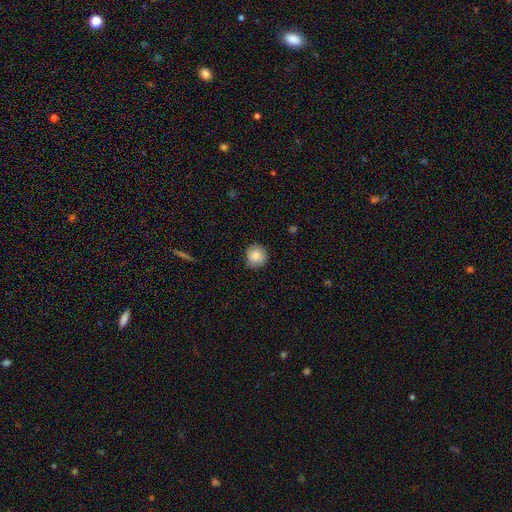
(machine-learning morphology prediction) Smooth or featured?
  - smooth: 86% *
  - star or artifact: 8%
  - featured or disk: 6%
How rounded?
  - round: 92% *
  - in between: 7%
  - cigar-shaped: 1%
Merging?
  - none: 87% *
  - minor disturbance: 10%
  - major disturbance: 2%
  - merger: 1%